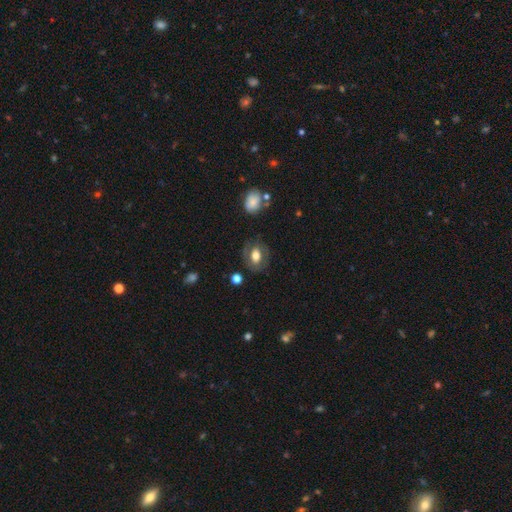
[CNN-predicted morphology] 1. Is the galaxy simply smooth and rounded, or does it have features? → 55% smooth, 37% featured or disk, 8% star or artifact.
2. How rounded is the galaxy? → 59% in between, 40% round, 2% cigar-shaped.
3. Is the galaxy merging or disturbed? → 75% none, 15% minor disturbance, 8% major disturbance, 2% merger.